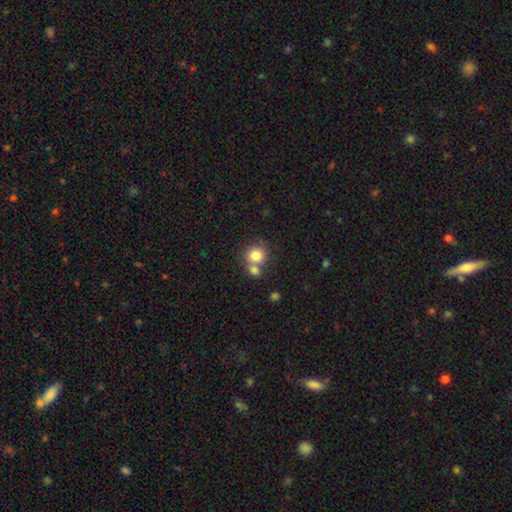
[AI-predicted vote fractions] This is clearly a smooth galaxy (81%). How rounded: clearly round (85%). Merging: possibly none (49%).